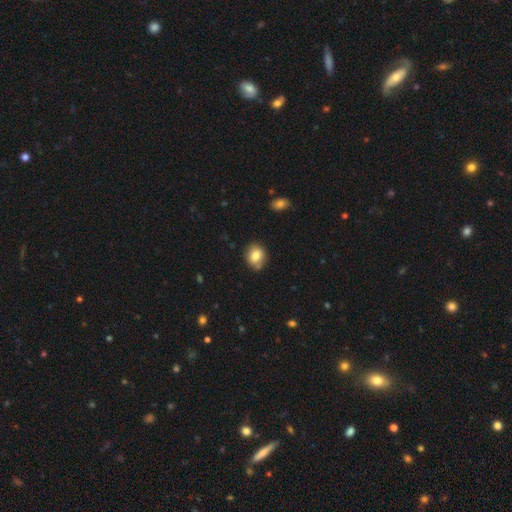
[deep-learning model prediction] The model was most divided on "how rounded": round: 58%, in between: 41%, cigar-shaped: 1%. More confident: smooth or featured — smooth (81%); merging — none (75%).